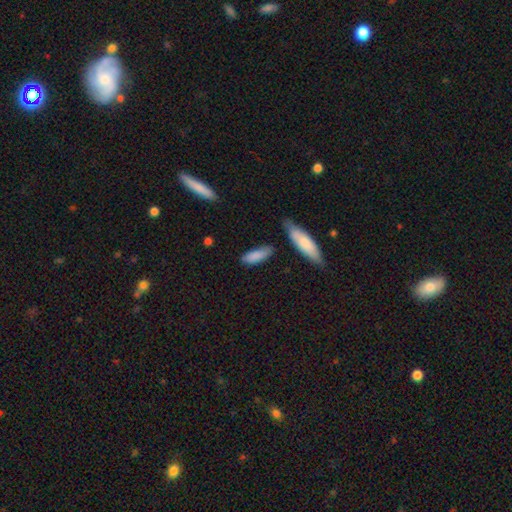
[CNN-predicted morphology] A smooth galaxy with no disk features (86%) that is in between round and cigar-shaped (58%).

Vote fractions:
- Smooth or featured? smooth: 86% / featured or disk: 8% / star or artifact: 6%
- How rounded? in between: 58% / cigar-shaped: 40% / round: 2%
- Merging? none: 69% / minor disturbance: 22% / merger: 5% / major disturbance: 5%